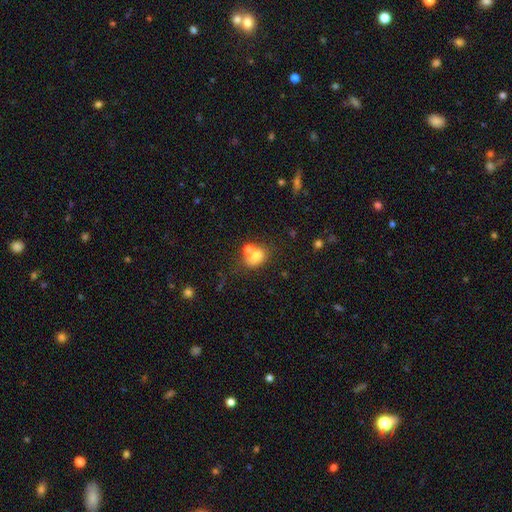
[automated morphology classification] Smooth or featured? Predicted: smooth (p=0.69). How rounded? Predicted: in between (p=0.60). Merging? Predicted: none (p=0.39, tied with merger).